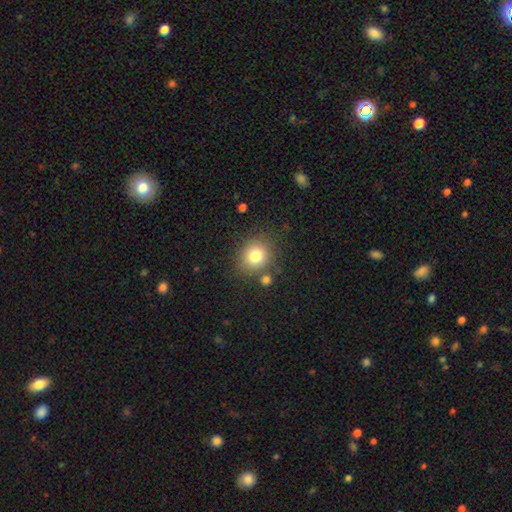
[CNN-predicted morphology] Overall: smooth (79%). How rounded: round (79%). Merging: none (78%).